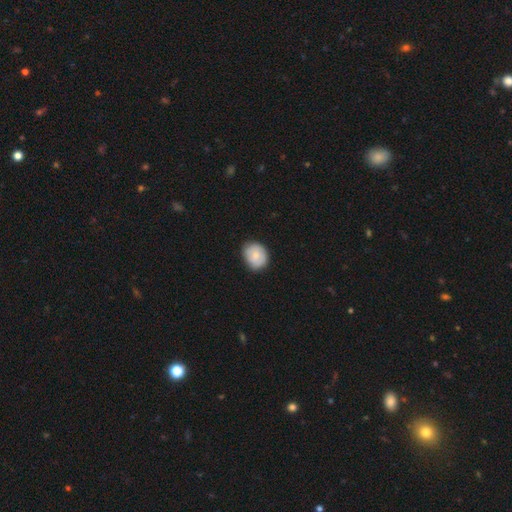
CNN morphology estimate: A smooth galaxy with no disk features (75%) that is round (62%). Merging: none (78%).